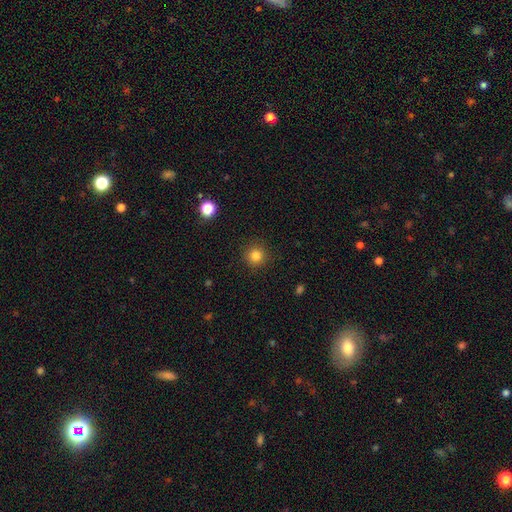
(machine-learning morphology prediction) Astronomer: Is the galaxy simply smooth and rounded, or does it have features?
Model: smooth — 82%.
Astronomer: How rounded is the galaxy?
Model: round — 95%.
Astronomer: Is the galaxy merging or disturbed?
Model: none — 91%.